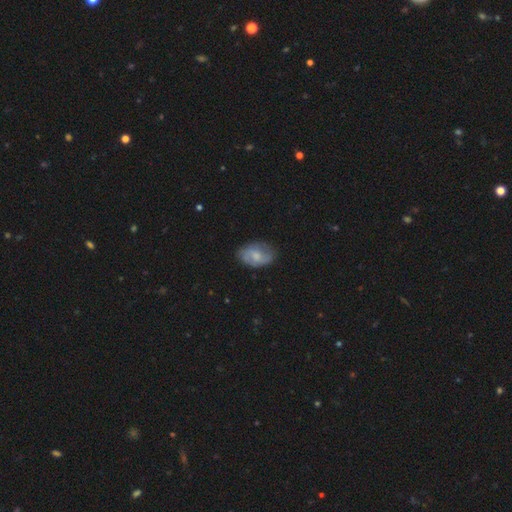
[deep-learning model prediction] A featured or disk galaxy (48%).

Vote fractions:
- Smooth or featured? featured or disk: 48% / smooth: 45% / star or artifact: 7%
- Merging? none: 74% / minor disturbance: 19% / major disturbance: 5% / merger: 1%